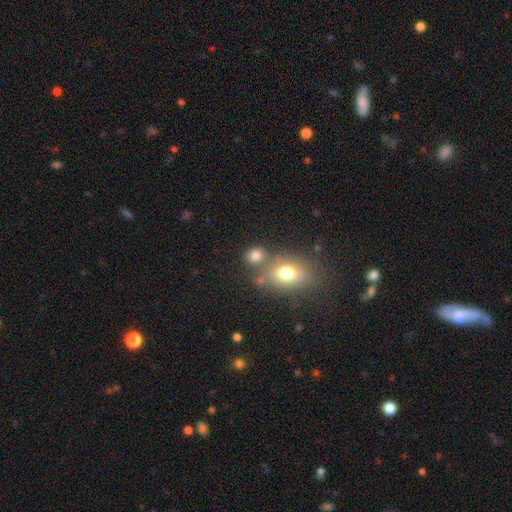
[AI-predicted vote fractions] Morphology: type=smooth (77%); roundness=round (68%); merging=none (61%).